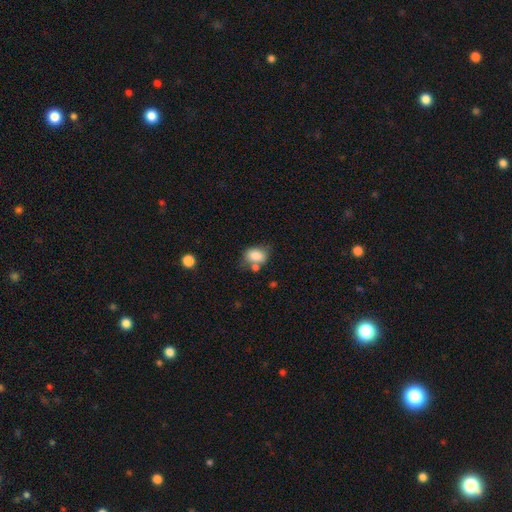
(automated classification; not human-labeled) A smooth galaxy with no disk features (82%) that is in between round and cigar-shaped (69%). Merging: none (53%).